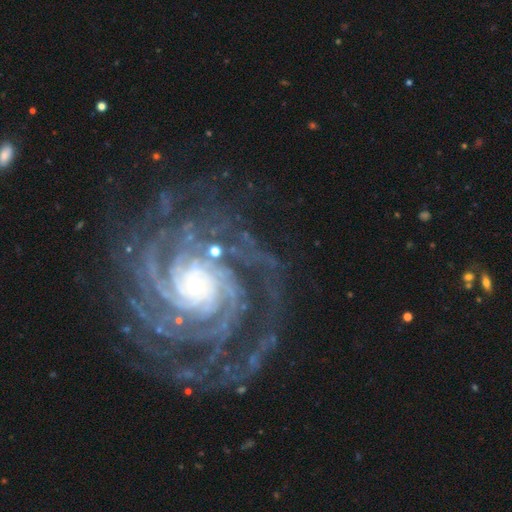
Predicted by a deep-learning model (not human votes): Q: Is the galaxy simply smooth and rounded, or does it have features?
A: featured or disk — 90%.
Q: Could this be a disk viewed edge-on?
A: no — 98%.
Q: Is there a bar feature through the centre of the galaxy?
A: no — 74%.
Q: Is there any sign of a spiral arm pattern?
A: yes — 98%.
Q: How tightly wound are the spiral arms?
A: tight — 79%.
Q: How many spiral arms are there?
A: more than 4 — 23%.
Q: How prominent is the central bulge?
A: small — 69%.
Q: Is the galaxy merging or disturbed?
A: none — 76%.